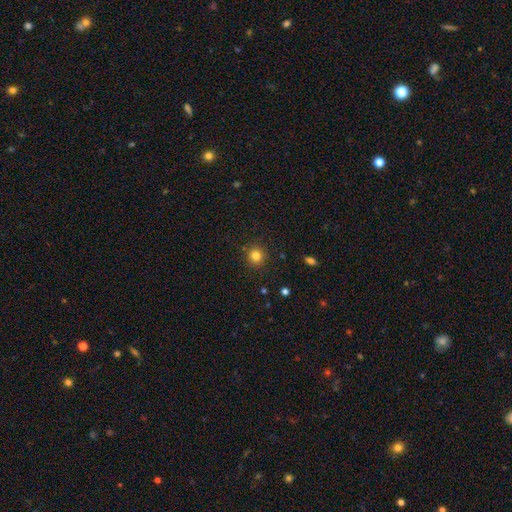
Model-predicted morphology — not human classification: Smooth or featured?
  - smooth: 82% *
  - star or artifact: 12%
  - featured or disk: 6%
How rounded?
  - round: 90% *
  - in between: 9%
  - cigar-shaped: 1%
Merging?
  - none: 89% *
  - minor disturbance: 7%
  - major disturbance: 2%
  - merger: 2%